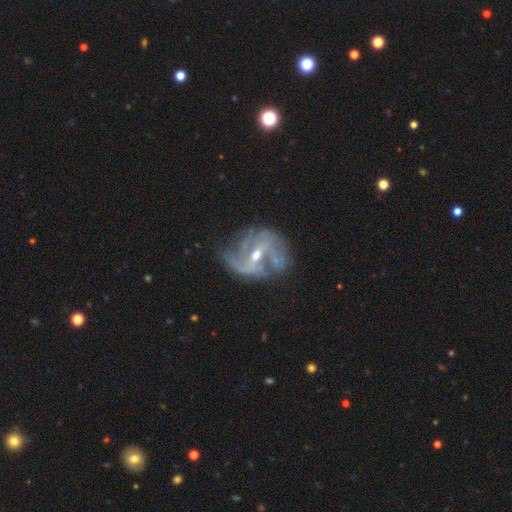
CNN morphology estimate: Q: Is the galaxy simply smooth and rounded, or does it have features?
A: featured or disk — 85%.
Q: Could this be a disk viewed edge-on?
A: no — 96%.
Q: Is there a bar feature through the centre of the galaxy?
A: weak — 41%.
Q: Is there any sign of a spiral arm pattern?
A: yes — 91%.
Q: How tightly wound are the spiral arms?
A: loose — 41%.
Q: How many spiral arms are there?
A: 2 — 60%.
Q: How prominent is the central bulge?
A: small — 50%.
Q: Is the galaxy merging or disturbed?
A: none — 55%.